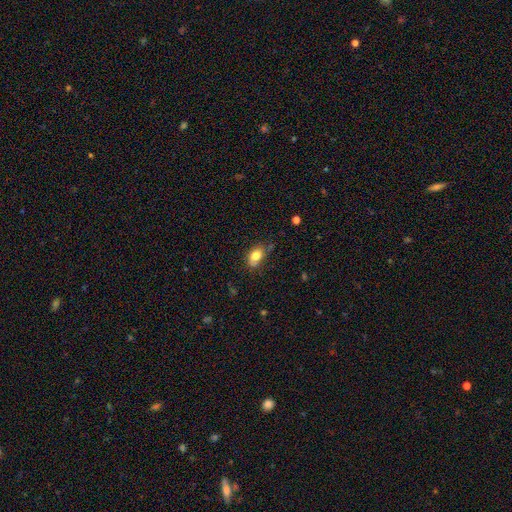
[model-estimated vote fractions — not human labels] smooth-or-featured: smooth: 78% | featured or disk: 12% | star or artifact: 9%
  how-rounded: in between: 78% | round: 20% | cigar-shaped: 2%
  merging: none: 61% | minor disturbance: 28% | major disturbance: 7% | merger: 4%